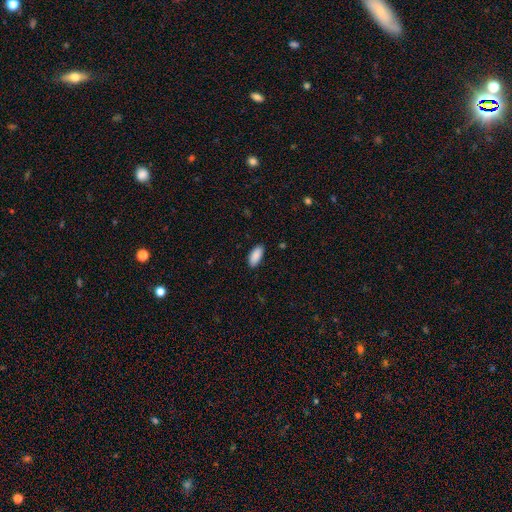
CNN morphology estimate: smooth 90%, star or artifact 6%, featured or disk 4%. Down the decision tree: how rounded — in between (87%); merging — none (87%).